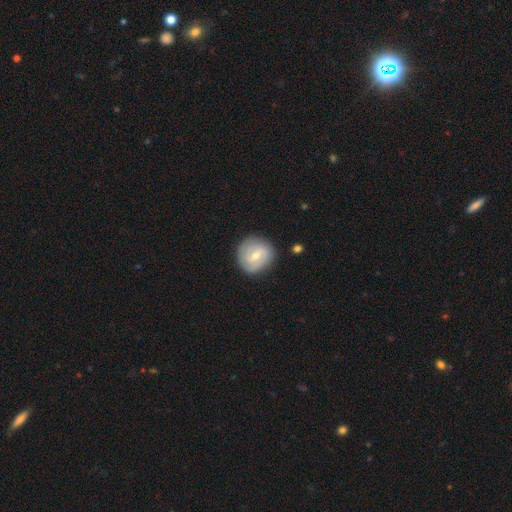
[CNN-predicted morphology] The model was most divided on "bulge size": moderate: 53%, small: 43%, large: 2%, none: 1%, dominant: 1%. More confident: edge-on disk — no (97%); merging — none (84%); spiral arms — yes (76%); bar — weak (58%); smooth or featured — featured or disk (54%).